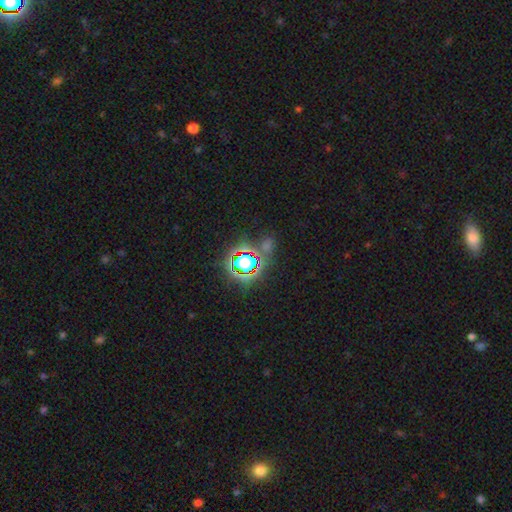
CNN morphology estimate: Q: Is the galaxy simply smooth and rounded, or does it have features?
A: star or artifact — 78%.